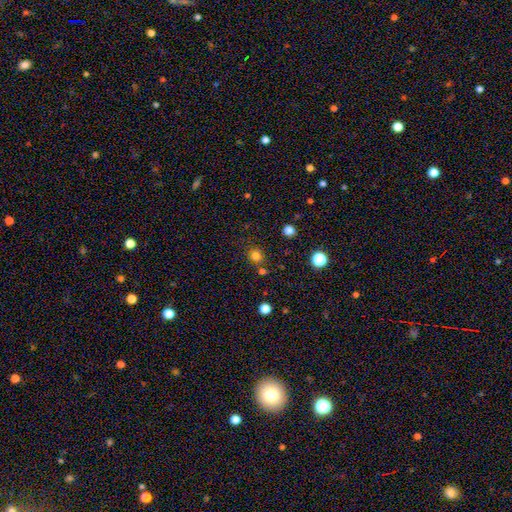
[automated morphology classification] Smooth or featured: smooth — 77% (star or artifact — 18%)
How rounded: round — 85% (in between — 14%)
Merging: none — 77% (minor disturbance — 10%)